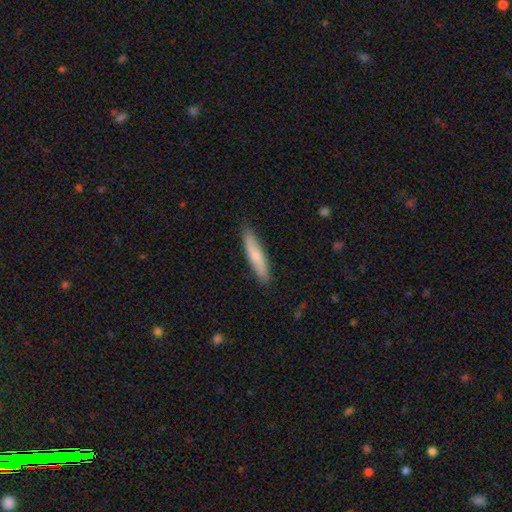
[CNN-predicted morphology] Smooth or featured? Predicted: smooth (p=0.70). How rounded? Predicted: cigar-shaped (p=0.87). Merging? Predicted: none (p=0.88).